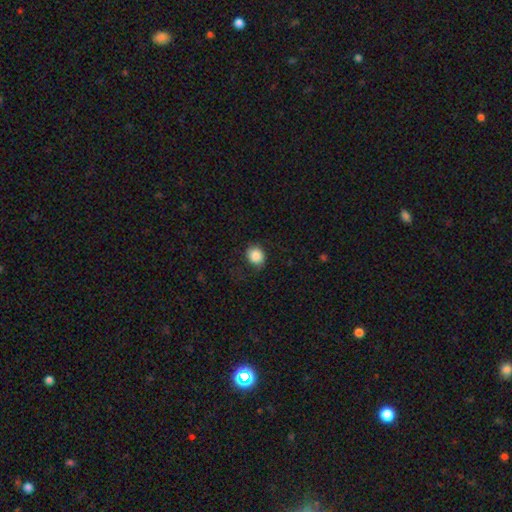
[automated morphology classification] smooth 86%, star or artifact 9%, featured or disk 6%. Down the decision tree: how rounded — round (70%); merging — none (74%).